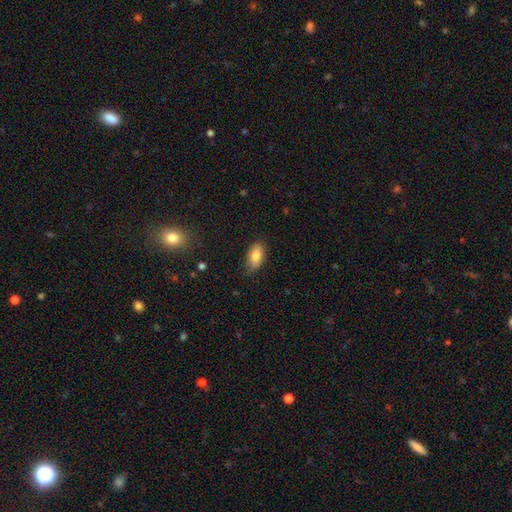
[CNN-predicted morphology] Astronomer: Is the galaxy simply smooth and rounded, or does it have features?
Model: smooth — 82%.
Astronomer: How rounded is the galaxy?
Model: in between — 91%.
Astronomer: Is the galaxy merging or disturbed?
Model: none — 79%.